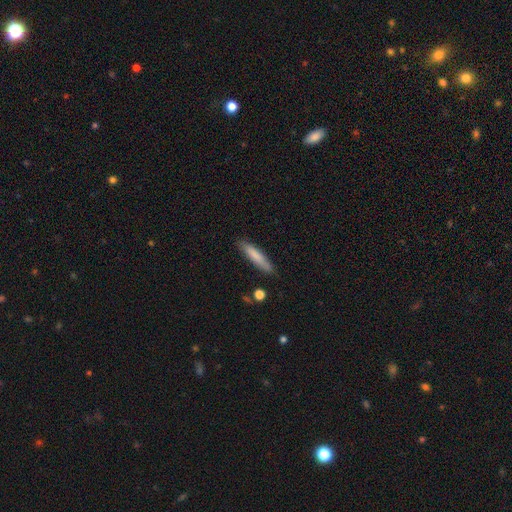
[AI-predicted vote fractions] Morphology: type=smooth (77%); roundness=cigar-shaped (87%); merging=none (84%).